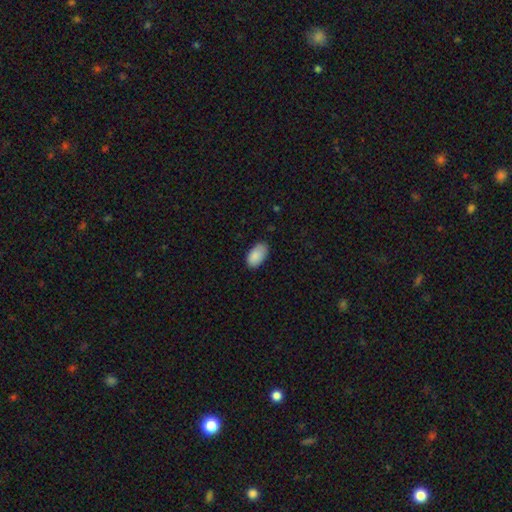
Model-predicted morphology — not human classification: Q: Smooth or featured?
A: smooth (89%); runner-up: star or artifact (6%)
Q: How rounded?
A: in between (95%); runner-up: round (3%)
Q: Merging?
A: none (80%); runner-up: minor disturbance (17%)